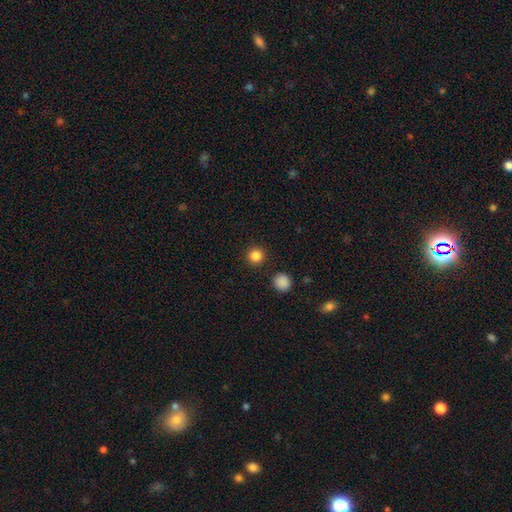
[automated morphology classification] type=smooth (85%); roundness=round (95%); merging=none (91%).